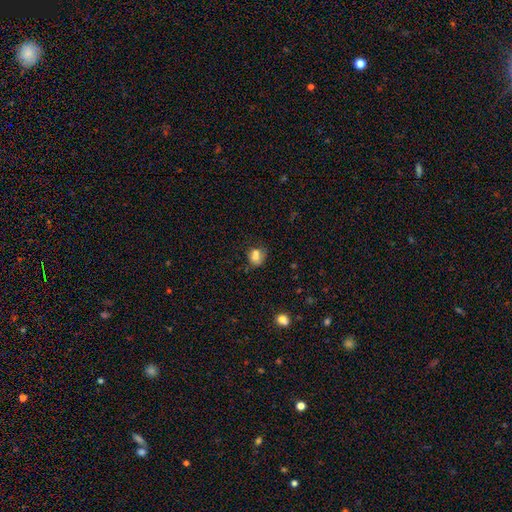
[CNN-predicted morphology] The model was most divided on "merging" (2-way tie): none: 39%, merger: 39%, minor disturbance: 15%, major disturbance: 7%. More confident: smooth or featured — smooth (69%); how rounded — round (66%).